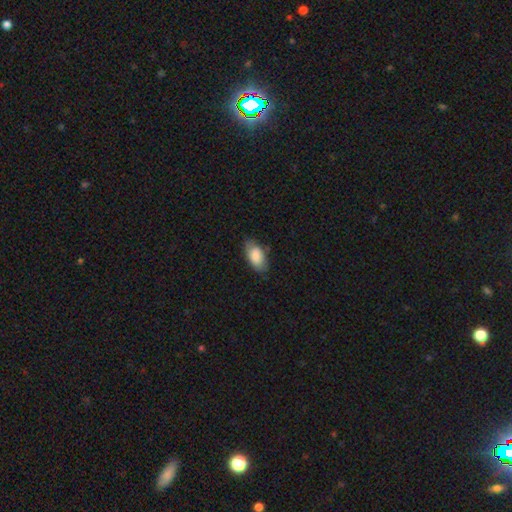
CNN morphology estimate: Smooth or featured: smooth — 84% (featured or disk — 10%)
How rounded: in between — 93% (cigar-shaped — 4%)
Merging: none — 77% (minor disturbance — 18%)